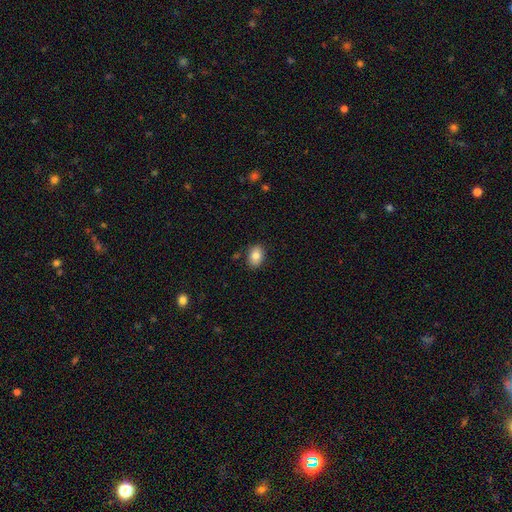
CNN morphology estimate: This is clearly a smooth galaxy (83%). How rounded: likely in between (76%). Merging: clearly none (86%).